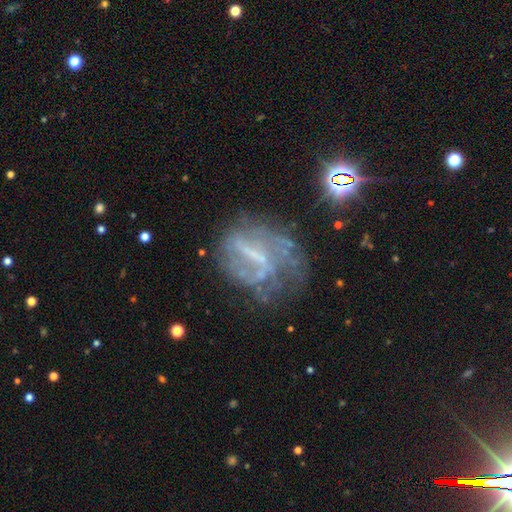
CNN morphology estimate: featured or disk 70%, star or artifact 15%, smooth 15%. Down the decision tree: edge-on disk — no (96%); bar — strong (40%); spiral arms — yes (54%); bulge size — none (47%); merging — none (45%).